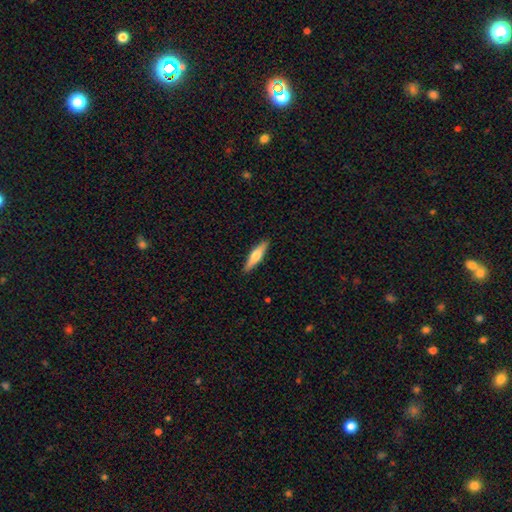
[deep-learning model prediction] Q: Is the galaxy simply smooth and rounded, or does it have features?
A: smooth — 54%.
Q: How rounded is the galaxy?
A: cigar-shaped — 78%.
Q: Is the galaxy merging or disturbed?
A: none — 90%.